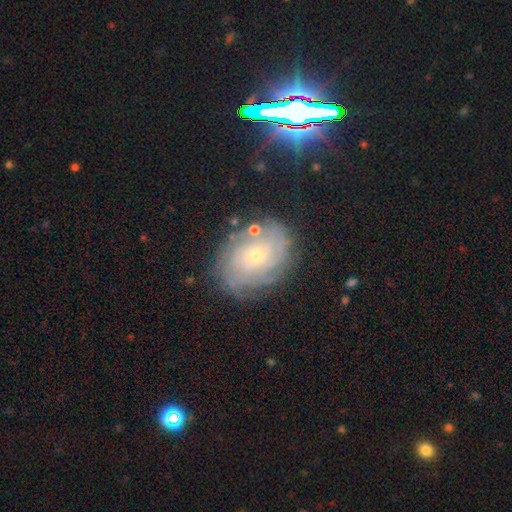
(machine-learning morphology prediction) Smooth or featured? featured or disk (72%)
Edge-on disk? no (96%)
Bar? no (81%)
Spiral arms? yes (88%)
Spiral winding? tight (73%)
Spiral arm count? can't tell (50%)
Bulge size? small (73%)
Merging? none (76%)